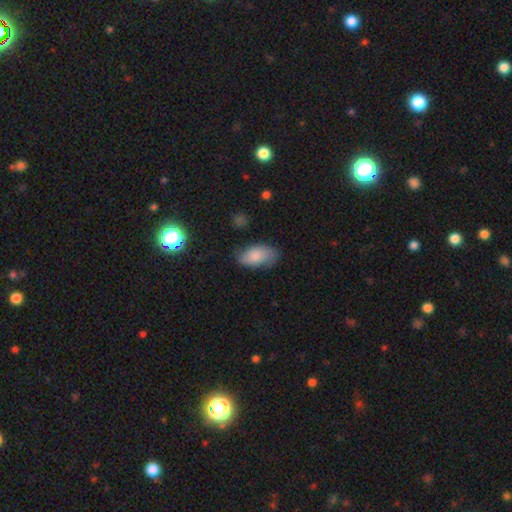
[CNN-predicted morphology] Smooth or featured? smooth (81%)
How rounded? in between (93%)
Merging? none (70%)